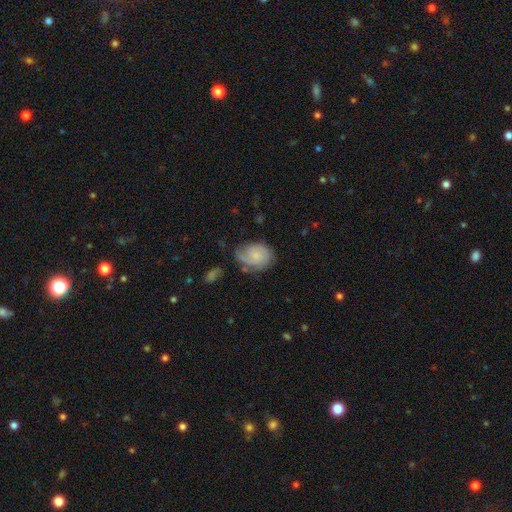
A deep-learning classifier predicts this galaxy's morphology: smooth-or-featured: featured or disk: 52% | smooth: 40% | star or artifact: 8%
  disk-edge-on: no: 97% | yes: 3%
    bar: no: 70% | weak: 26% | strong: 3%
    has-spiral-arms: yes: 86% | no: 14%
    bulge-size: small: 58% | moderate: 20% | none: 18% | large: 2% | dominant: 1%
  merging: none: 53% | minor disturbance: 28% | major disturbance: 15% | merger: 4%